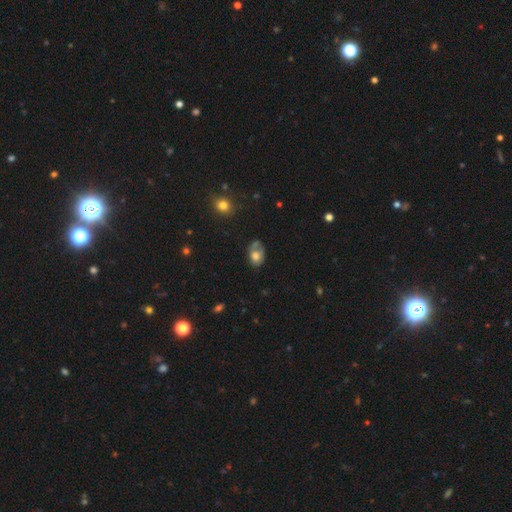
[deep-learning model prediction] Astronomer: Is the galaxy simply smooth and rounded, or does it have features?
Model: smooth — 64%.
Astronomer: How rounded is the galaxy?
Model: in between — 73%.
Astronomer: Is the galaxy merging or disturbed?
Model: none — 42% (runner-up: minor disturbance, 30%).